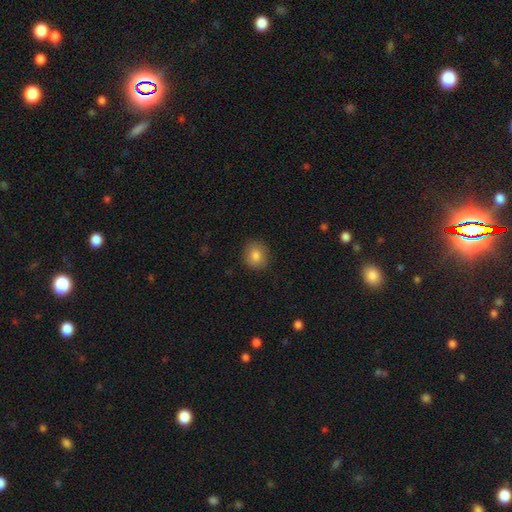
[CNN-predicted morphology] smooth-or-featured: smooth: 83% | star or artifact: 9% | featured or disk: 8%
  how-rounded: round: 81% | in between: 18% | cigar-shaped: 1%
  merging: none: 88% | minor disturbance: 9% | major disturbance: 2% | merger: 1%